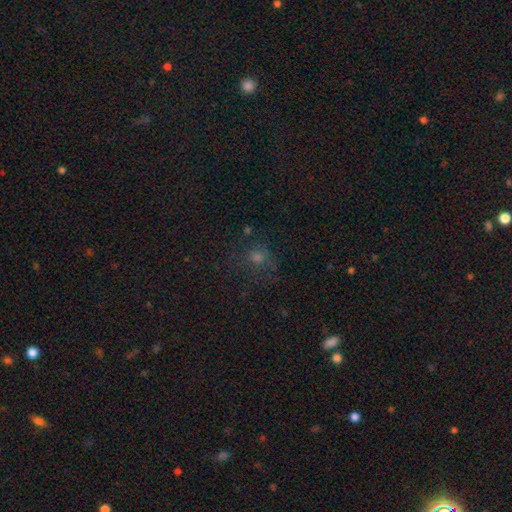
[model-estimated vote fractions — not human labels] Morphology: type=smooth (49%); merging=none (72%).